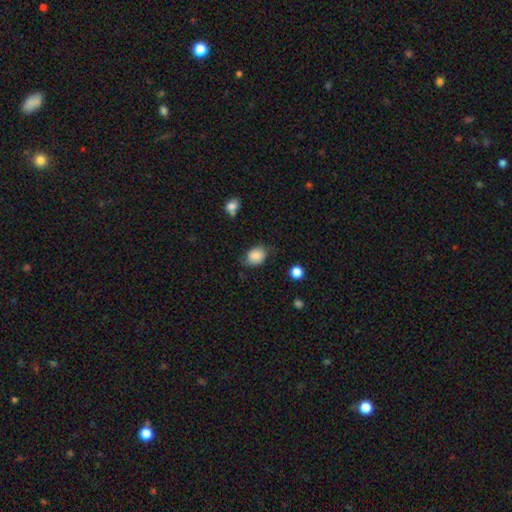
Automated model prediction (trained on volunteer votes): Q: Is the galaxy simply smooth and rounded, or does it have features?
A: smooth — 81%.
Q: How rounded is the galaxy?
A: in between — 64%.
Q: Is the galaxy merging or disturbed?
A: none — 63%.